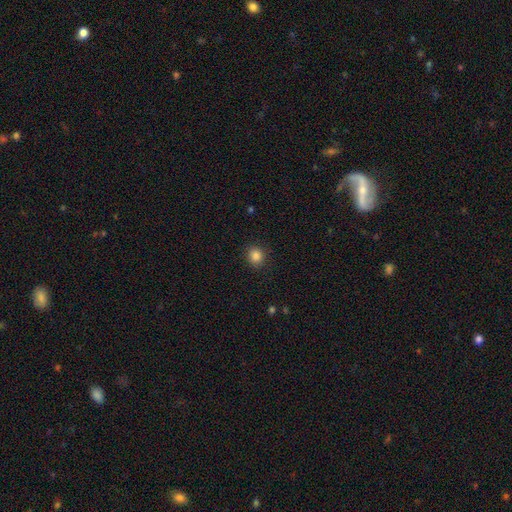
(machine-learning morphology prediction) smooth 85%, star or artifact 11%, featured or disk 4%. Down the decision tree: how rounded — round (85%); merging — none (90%).